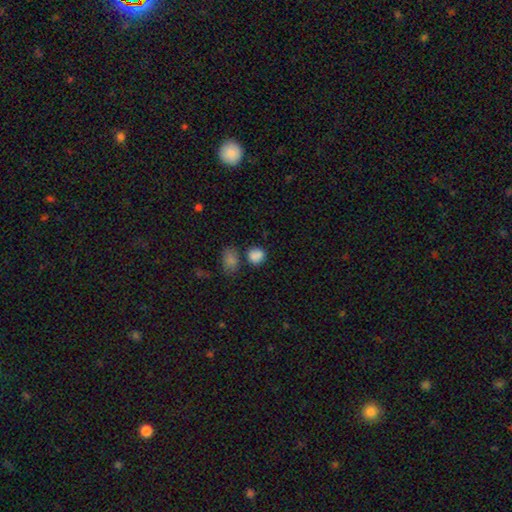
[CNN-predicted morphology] Smooth or featured? Predicted: smooth (p=0.83). How rounded? Predicted: round (p=0.70). Merging? Predicted: none (p=0.62).